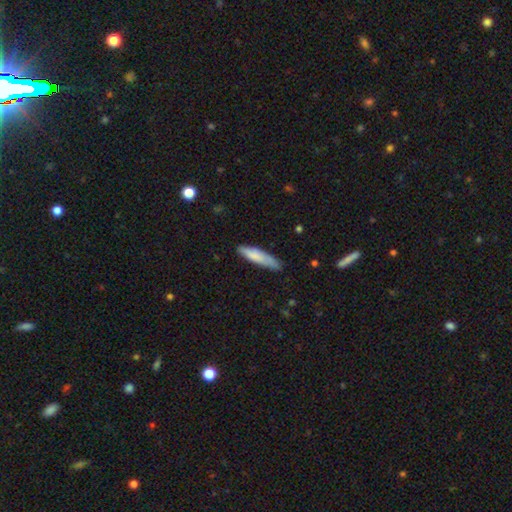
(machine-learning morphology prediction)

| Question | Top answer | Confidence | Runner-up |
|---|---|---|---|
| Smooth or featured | smooth | 79% | featured or disk (15%) |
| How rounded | cigar-shaped | 77% | in between (21%) |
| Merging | none | 75% | minor disturbance (20%) |